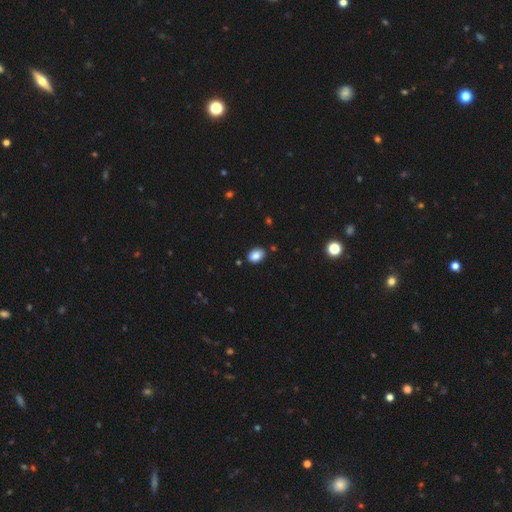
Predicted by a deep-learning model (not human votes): smooth_or_featured: smooth (p=0.87) [alt: star or artifact p=0.08]
how_rounded: in between (p=0.83) [alt: round p=0.16]
merging: none (p=0.87) [alt: minor disturbance p=0.09]